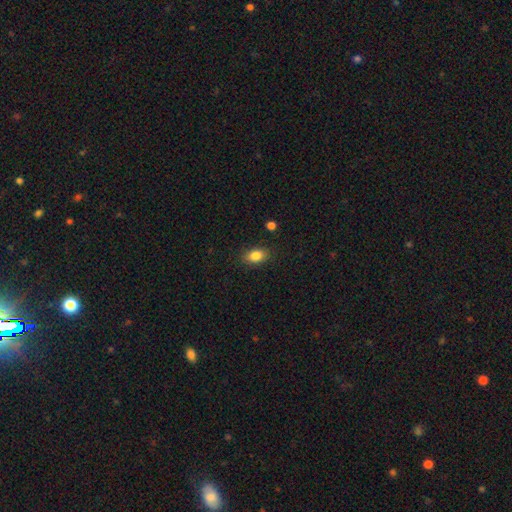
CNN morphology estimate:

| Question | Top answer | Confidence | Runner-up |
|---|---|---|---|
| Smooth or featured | smooth | 85% | star or artifact (9%) |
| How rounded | in between | 83% | round (15%) |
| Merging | none | 86% | minor disturbance (10%) |